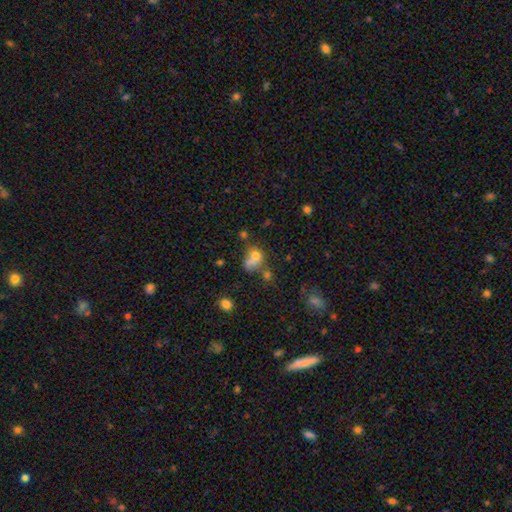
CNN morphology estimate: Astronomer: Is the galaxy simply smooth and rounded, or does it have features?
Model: smooth — 71%.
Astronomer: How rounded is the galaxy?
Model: in between — 53% (runner-up: round, 46%).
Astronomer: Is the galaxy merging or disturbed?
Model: merger — 42% (runner-up: none, 27%).